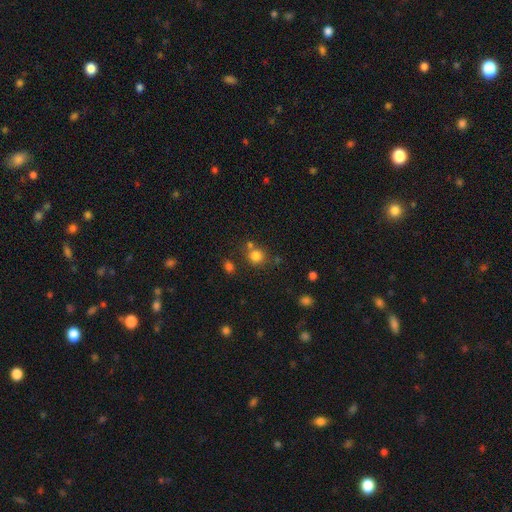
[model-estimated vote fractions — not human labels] Smooth or featured?
  - smooth: 79% *
  - star or artifact: 14%
  - featured or disk: 7%
How rounded?
  - round: 87% *
  - in between: 12%
  - cigar-shaped: 1%
Merging?
  - none: 66% *
  - merger: 20%
  - minor disturbance: 10%
  - major disturbance: 4%